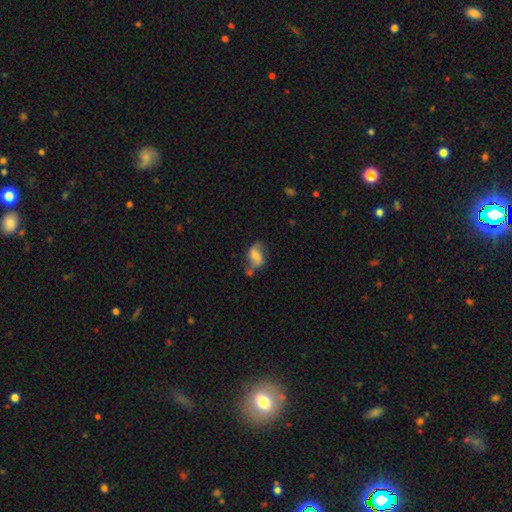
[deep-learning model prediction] smooth 46%, featured or disk 44%, star or artifact 10%. Down the decision tree: merging — none (45%).